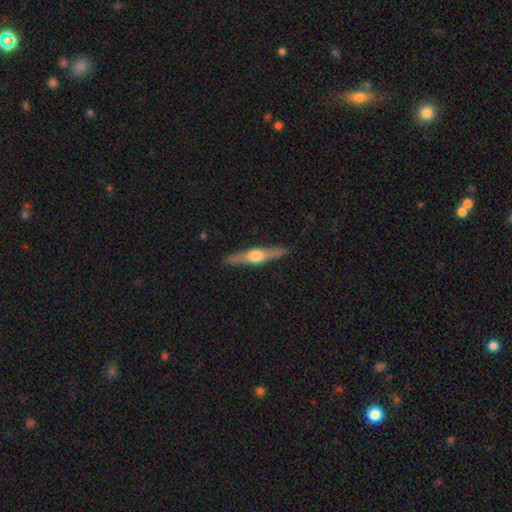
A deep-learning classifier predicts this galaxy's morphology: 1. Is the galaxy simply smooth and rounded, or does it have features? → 74% featured or disk, 21% smooth, 5% star or artifact.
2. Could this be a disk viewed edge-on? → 97% yes, 3% no.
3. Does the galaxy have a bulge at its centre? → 95% rounded, 3% boxy, 2% none.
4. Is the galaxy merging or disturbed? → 91% none, 7% minor disturbance, 1% major disturbance, 1% merger.